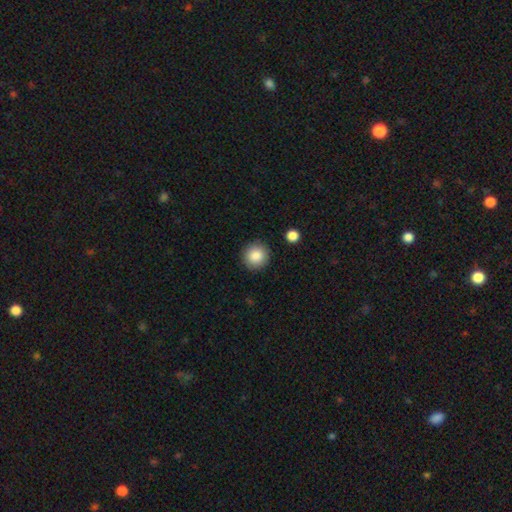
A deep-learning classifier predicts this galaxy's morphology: A smooth galaxy with no disk features (87%) that is round (94%). Merging: none (91%).